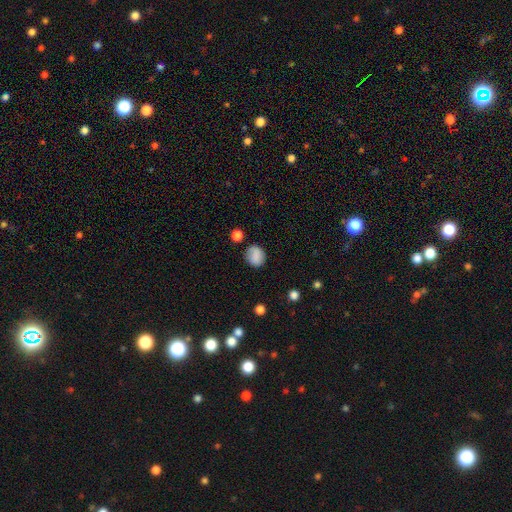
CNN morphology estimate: Smooth or featured? smooth (81%)
How rounded? round (68%)
Merging? none (77%)